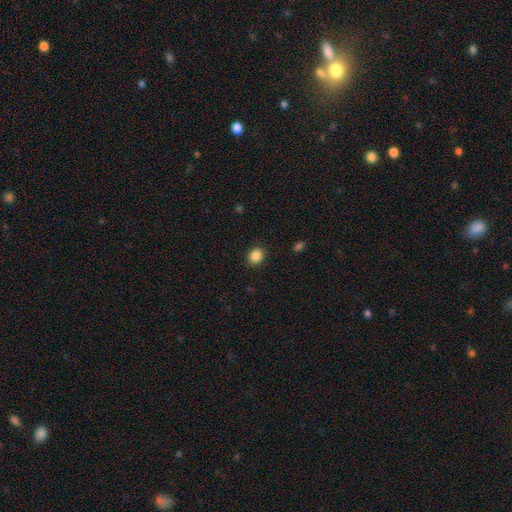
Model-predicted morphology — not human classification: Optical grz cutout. It shows a smooth galaxy with no disk features (87%) that is round (68%). Merging: none (89%).